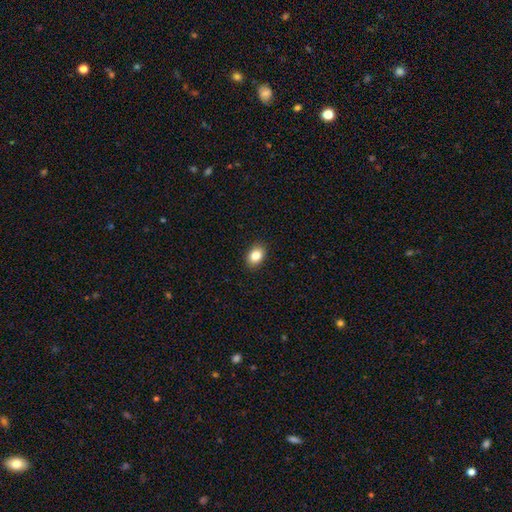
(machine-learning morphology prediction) Smooth or featured: smooth — 84% (star or artifact — 9%)
How rounded: in between — 72% (round — 27%)
Merging: none — 90% (minor disturbance — 7%)